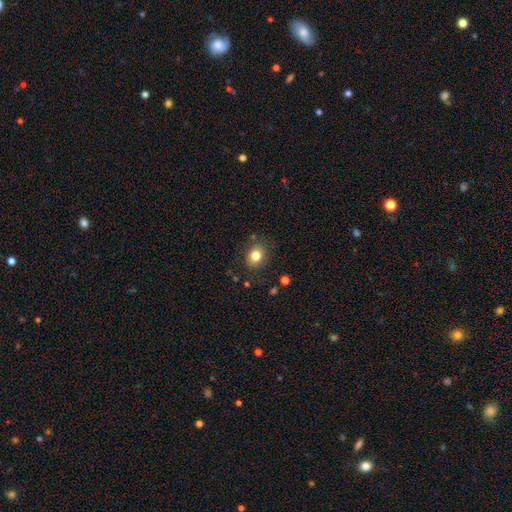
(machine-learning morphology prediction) This appears to be a smooth galaxy with no disk features (81%) that is round (61%). Merging: none (84%).